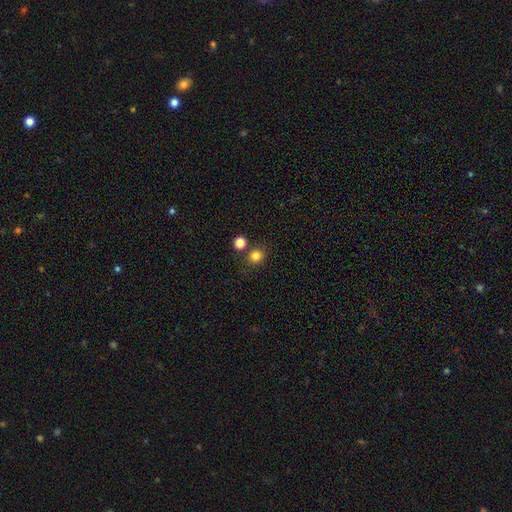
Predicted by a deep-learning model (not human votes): Smooth or featured: smooth — 81% (star or artifact — 14%)
How rounded: round — 88% (in between — 11%)
Merging: none — 77% (merger — 12%)